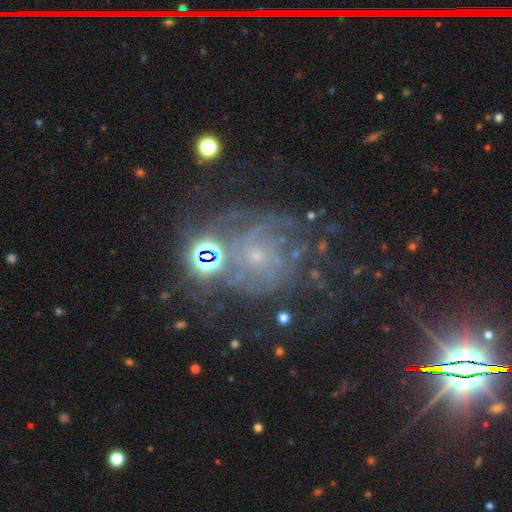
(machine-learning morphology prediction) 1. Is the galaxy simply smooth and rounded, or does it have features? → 65% featured or disk, 22% star or artifact, 14% smooth.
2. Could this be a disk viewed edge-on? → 97% no, 3% yes.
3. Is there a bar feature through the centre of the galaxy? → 76% no, 20% weak, 5% strong.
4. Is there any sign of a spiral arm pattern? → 85% yes, 15% no.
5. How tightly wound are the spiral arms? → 50% tight, 37% medium, 13% loose.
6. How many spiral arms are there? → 41% can't tell, 17% 3, 16% 2, 11% 4, 8% more than 4, 7% 1.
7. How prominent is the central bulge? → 70% small, 20% moderate, 7% none, 2% large, 1% dominant.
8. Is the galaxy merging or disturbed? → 54% none, 19% major disturbance, 19% minor disturbance, 8% merger.